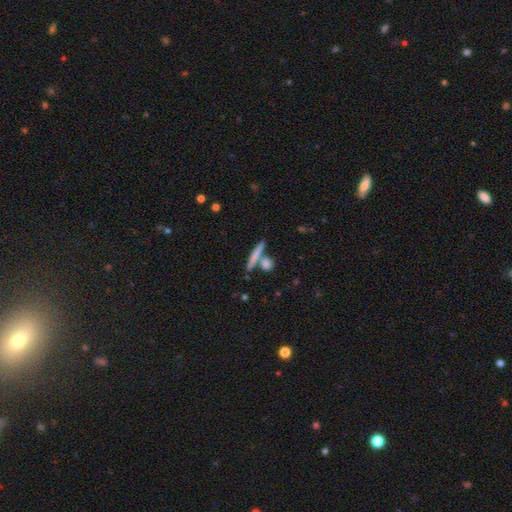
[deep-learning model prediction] Smooth or featured?
  - smooth: 67% *
  - featured or disk: 25%
  - star or artifact: 7%
How rounded?
  - cigar-shaped: 82% *
  - in between: 11%
  - round: 7%
Merging?
  - none: 67% *
  - merger: 21%
  - minor disturbance: 9%
  - major disturbance: 3%